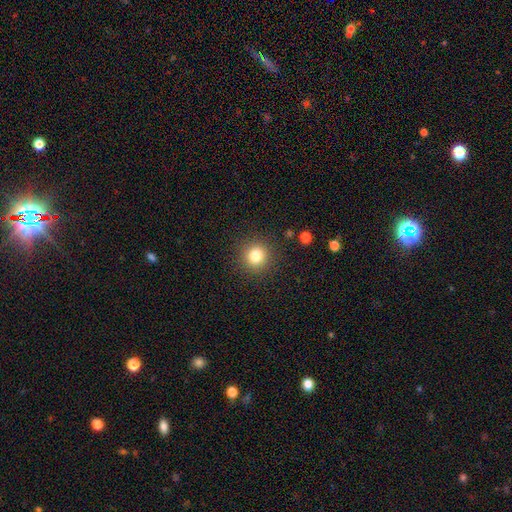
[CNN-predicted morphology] A smooth galaxy with no disk features (81%) that is round (93%). Merging: none (90%).